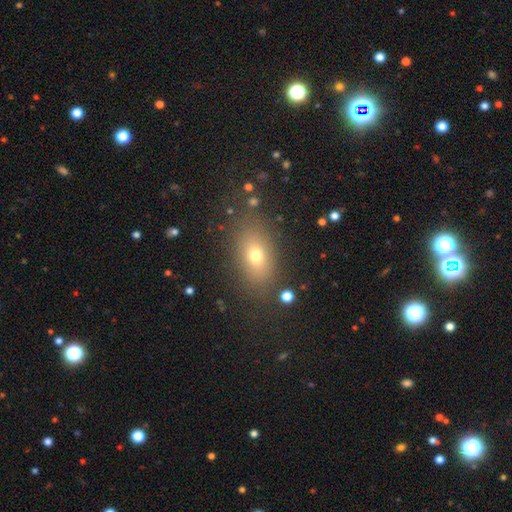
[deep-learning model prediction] smooth 70%, star or artifact 15%, featured or disk 15%. Down the decision tree: how rounded — in between (79%); merging — none (81%).